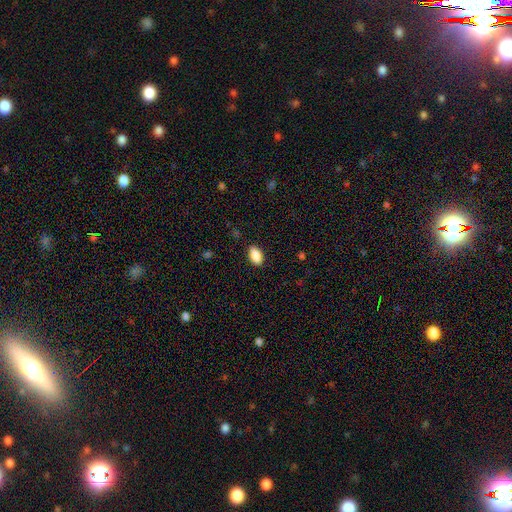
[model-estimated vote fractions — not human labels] Smooth or featured? Predicted: smooth (p=0.89). How rounded? Predicted: in between (p=0.92). Merging? Predicted: none (p=0.87).